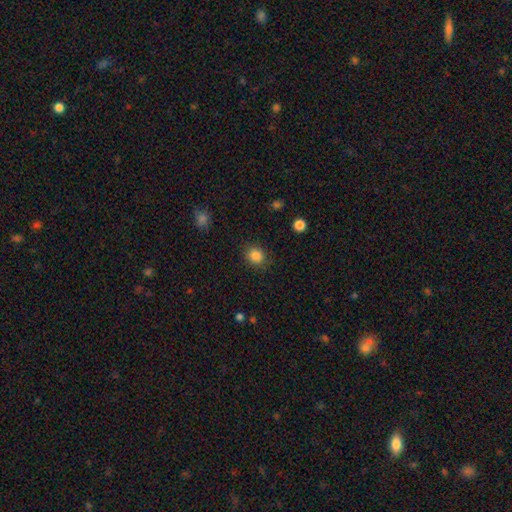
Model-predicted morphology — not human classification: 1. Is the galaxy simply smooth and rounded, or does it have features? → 85% smooth, 11% star or artifact, 4% featured or disk.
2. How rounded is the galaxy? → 79% round, 20% in between, 1% cigar-shaped.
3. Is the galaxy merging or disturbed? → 86% none, 10% minor disturbance, 3% major disturbance, 1% merger.